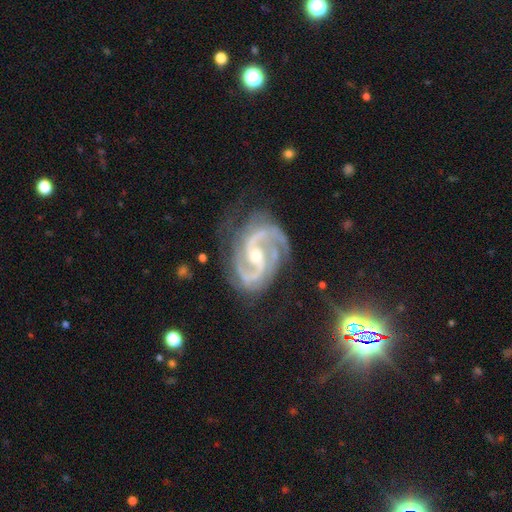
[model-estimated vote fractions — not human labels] Overall: featured or disk (93%). Edge-on disk: no (98%). Bar: weak (43%; no 31%). Spiral arms: yes (99%). Spiral arm count: 2 (82%). Spiral winding: medium (58%; tight 28%). Bulge size: moderate (52%; small 44%). Merging: none (69%).